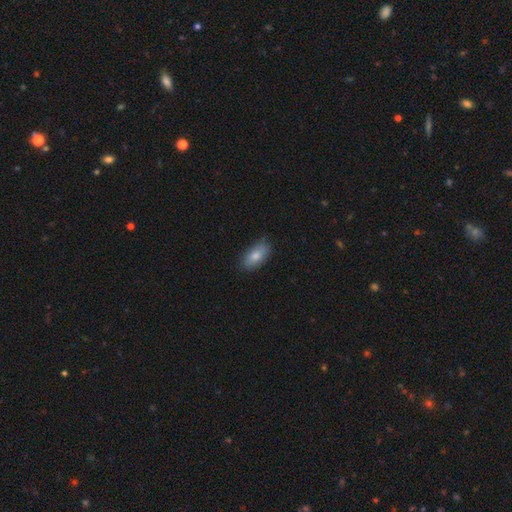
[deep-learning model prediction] Smooth or featured: smooth — 81% (featured or disk — 12%)
How rounded: in between — 91% (cigar-shaped — 6%)
Merging: none — 83% (minor disturbance — 13%)